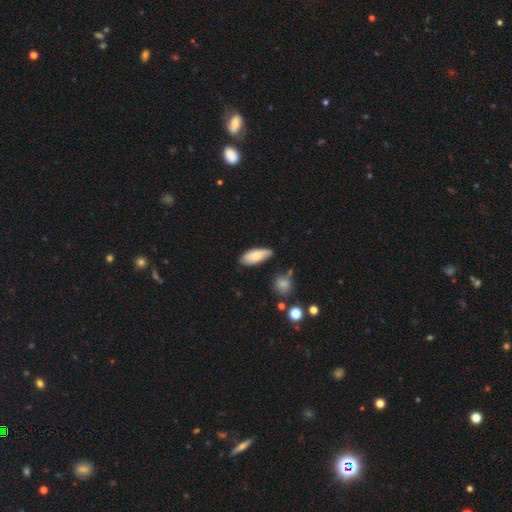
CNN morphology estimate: type=smooth (78%); roundness=in between (81%); merging=none (70%).